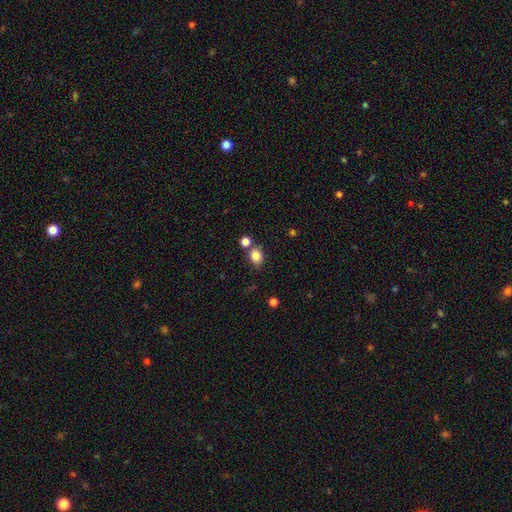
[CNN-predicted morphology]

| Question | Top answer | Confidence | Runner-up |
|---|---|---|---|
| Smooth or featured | smooth | 84% | star or artifact (11%) |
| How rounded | round | 57% | in between (42%) |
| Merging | none | 67% | merger (18%) |